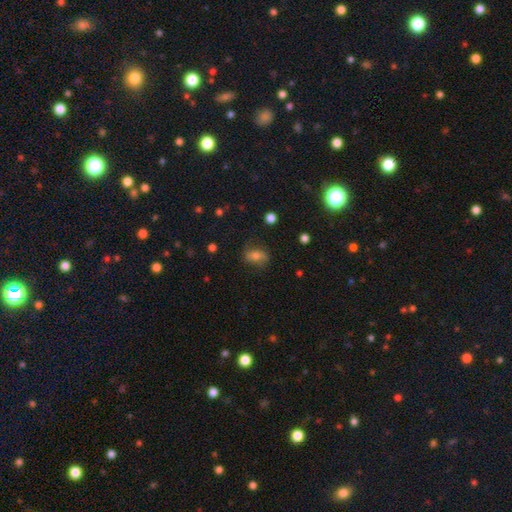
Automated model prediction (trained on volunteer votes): Smooth or featured? smooth (58%)
How rounded? in between (72%)
Merging? none (71%)